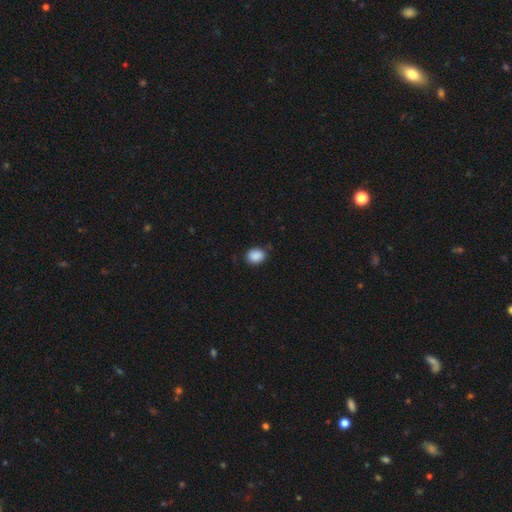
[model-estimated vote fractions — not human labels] Smooth or featured? Predicted: smooth (p=0.89). How rounded? Predicted: in between (p=0.53). Merging? Predicted: none (p=0.83).